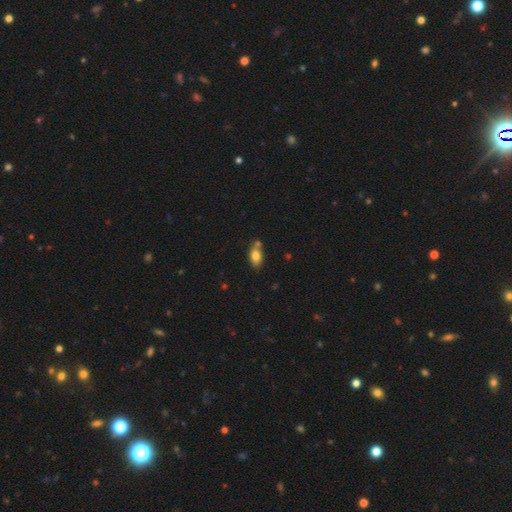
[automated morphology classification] Smooth or featured? smooth (79%)
How rounded? in between (87%)
Merging? none (59%)